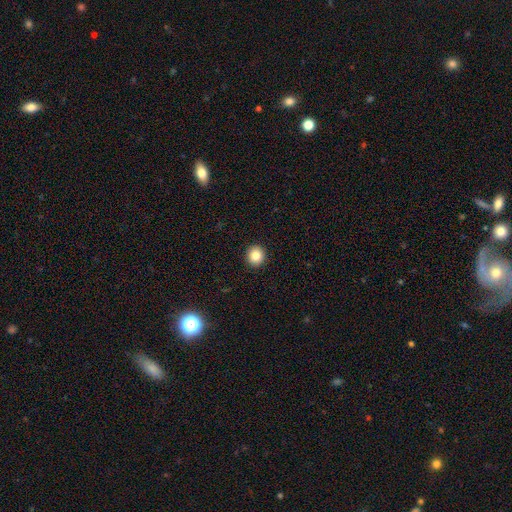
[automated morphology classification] type=smooth (84%); roundness=round (85%); merging=none (93%).